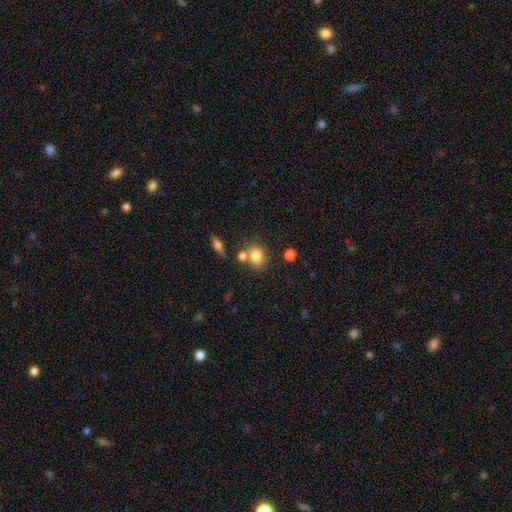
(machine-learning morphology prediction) smooth_or_featured: smooth (p=0.81) [alt: star or artifact p=0.10]
how_rounded: round (p=0.61) [alt: in between p=0.37]
merging: none (p=0.62) [alt: merger p=0.21]